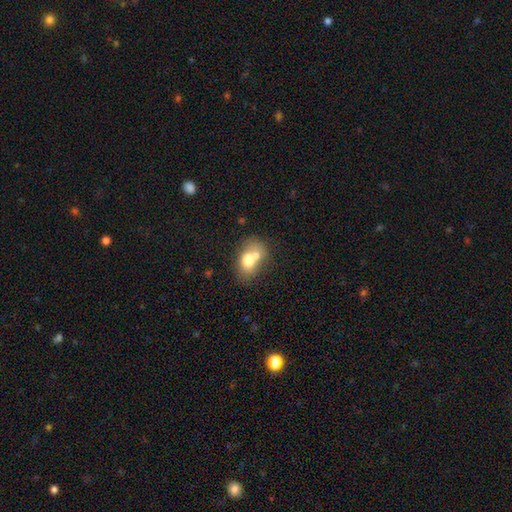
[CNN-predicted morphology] Smooth or featured?
  - smooth: 69% *
  - featured or disk: 22%
  - star or artifact: 9%
How rounded?
  - in between: 68% *
  - round: 31%
  - cigar-shaped: 1%
Merging?
  - merger: 52% *
  - none: 32%
  - minor disturbance: 11%
  - major disturbance: 5%